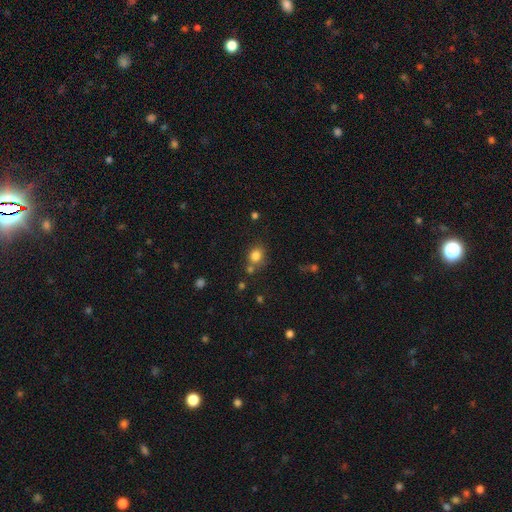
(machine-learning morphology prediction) Overall: smooth (81%). How rounded: round (66%; in between 33%). Merging: none (64%).